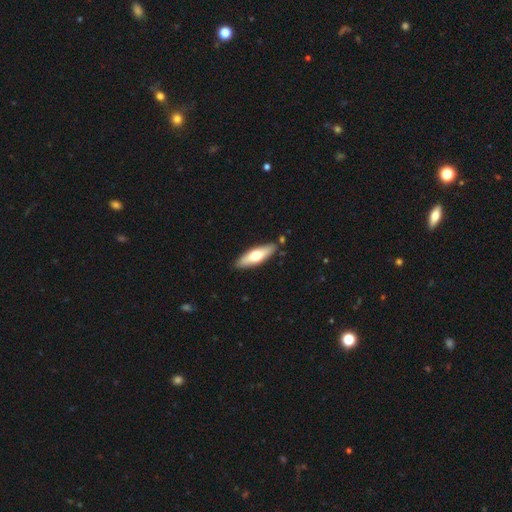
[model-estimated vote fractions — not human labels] Morphology: type=smooth (57%); roundness=cigar-shaped (52%); merging=none (86%).